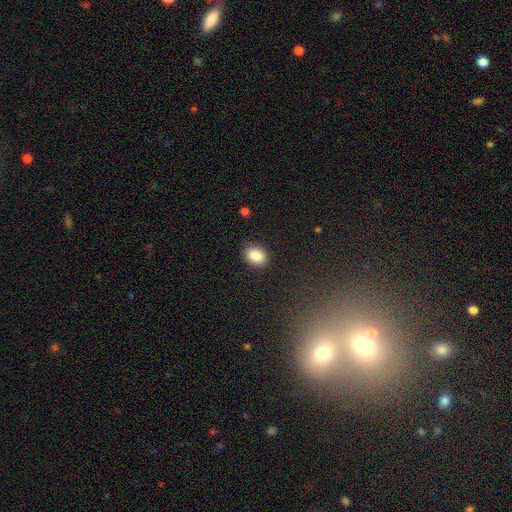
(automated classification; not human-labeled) This is clearly a smooth galaxy (86%). How rounded: possibly in between (58%). Merging: clearly none (87%).